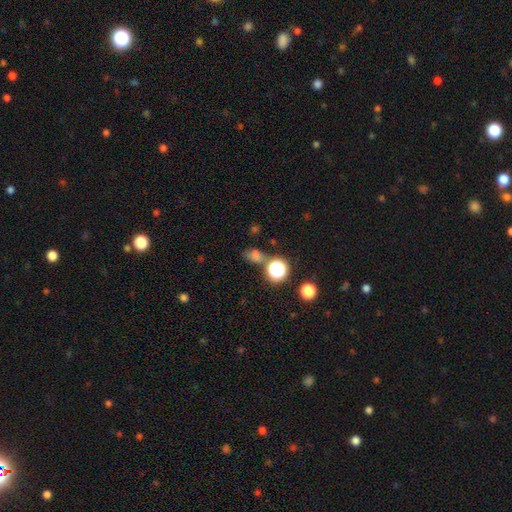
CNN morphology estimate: A smooth galaxy with no disk features (58%) that is round (62%).

Vote fractions:
- Smooth or featured? smooth: 58% / star or artifact: 34% / featured or disk: 8%
- How rounded? round: 62% / in between: 36% / cigar-shaped: 2%
- Merging? none: 63% / merger: 15% / minor disturbance: 15% / major disturbance: 7%